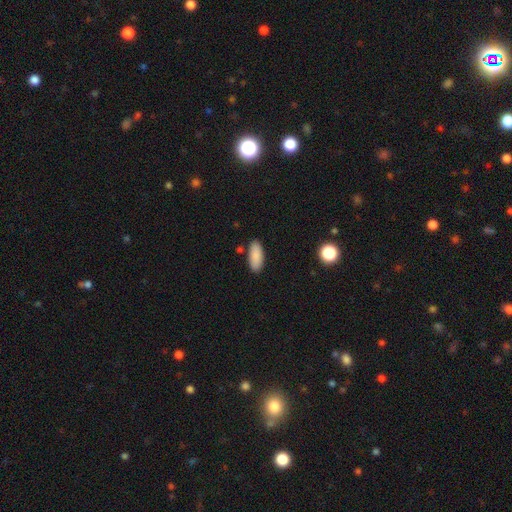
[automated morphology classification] smooth 88%, star or artifact 7%, featured or disk 5%. Down the decision tree: how rounded — in between (84%); merging — none (84%).